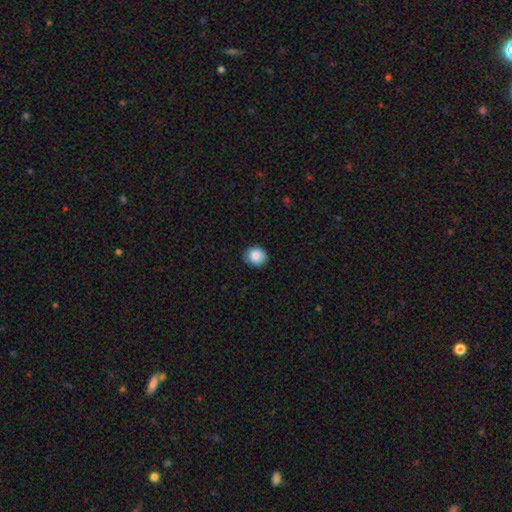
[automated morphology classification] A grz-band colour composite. It shows a smooth galaxy with no disk features (87%) that is round (80%). Merging: none (87%).